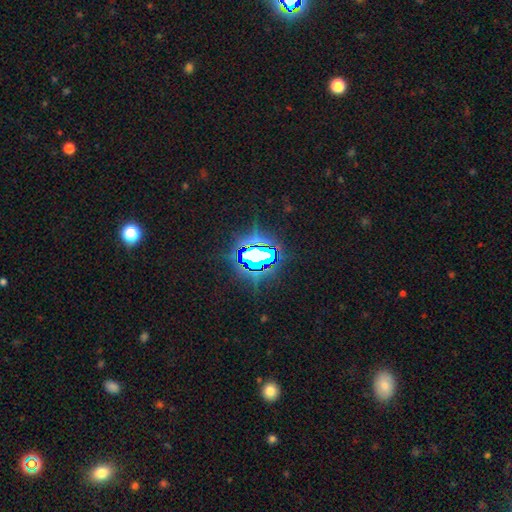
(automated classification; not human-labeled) Smooth or featured?
  - star or artifact: 77% *
  - smooth: 12%
  - featured or disk: 11%